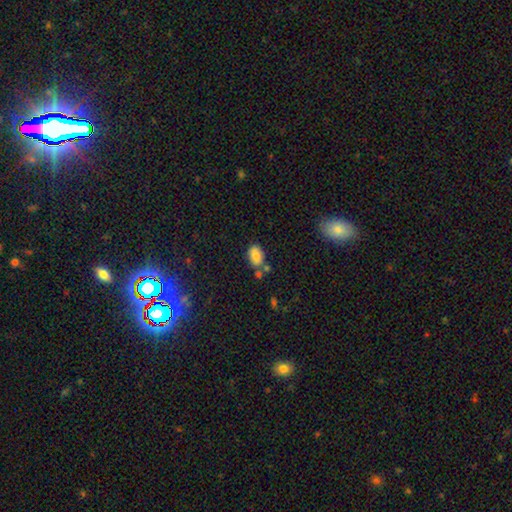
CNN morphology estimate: smooth 82%, star or artifact 9%, featured or disk 9%. Down the decision tree: how rounded — in between (87%); merging — none (62%).